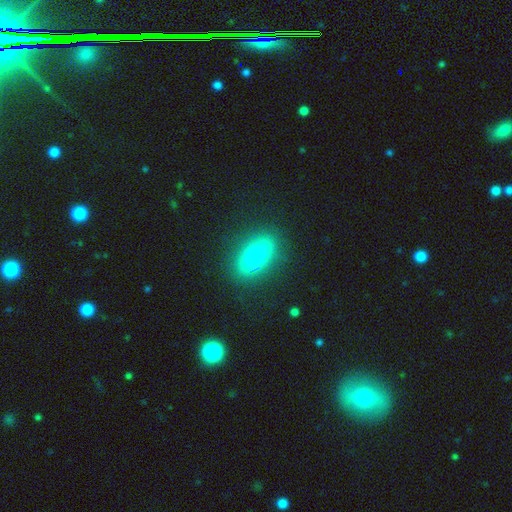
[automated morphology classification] smooth 64%, featured or disk 26%, star or artifact 10%. Down the decision tree: how rounded — in between (84%); merging — none (83%).